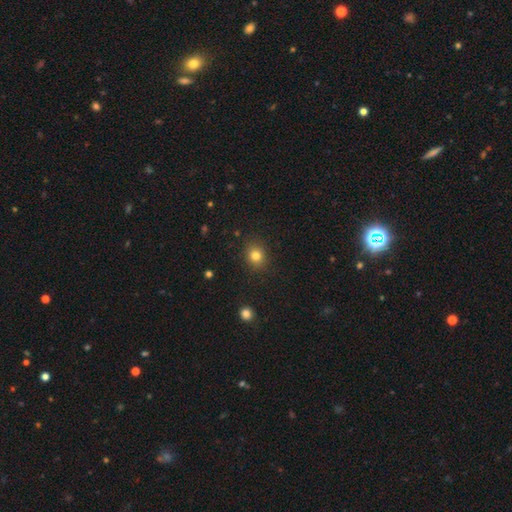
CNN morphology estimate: smooth_or_featured: smooth (p=0.81) [alt: star or artifact p=0.13]
how_rounded: round (p=0.75) [alt: in between p=0.24]
merging: none (p=0.88) [alt: minor disturbance p=0.08]